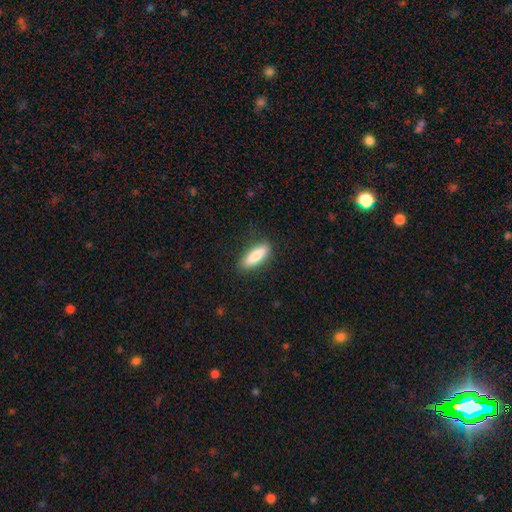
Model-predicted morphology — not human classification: Smooth or featured: smooth — 83% (featured or disk — 12%)
How rounded: cigar-shaped — 50% (in between — 48%)
Merging: none — 87% (minor disturbance — 10%)